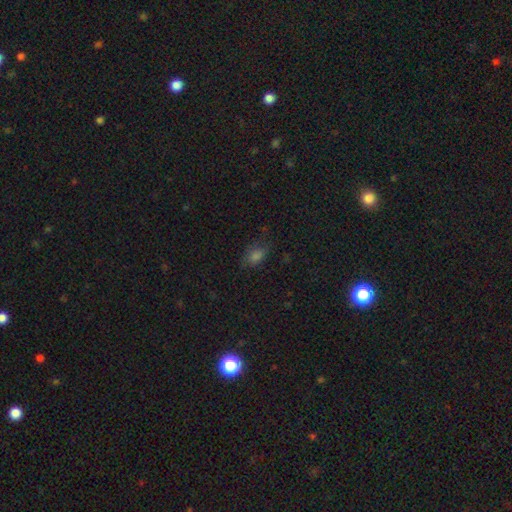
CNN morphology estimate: A smooth galaxy with no disk features (64%) that is in between round and cigar-shaped (80%). Merging: none (69%).